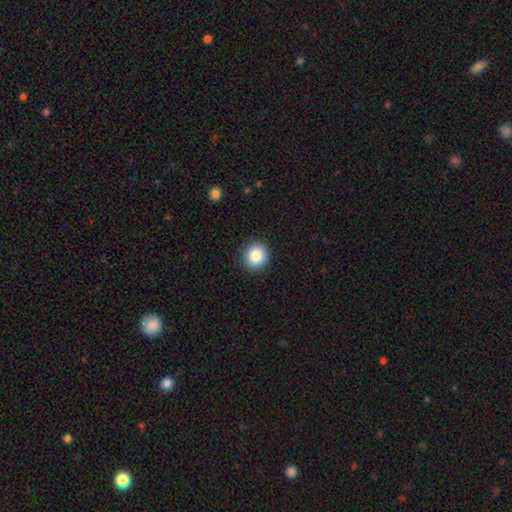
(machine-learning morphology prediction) smooth_or_featured: smooth (p=0.86) [alt: star or artifact p=0.09]
how_rounded: round (p=0.91) [alt: in between p=0.08]
merging: none (p=0.91) [alt: minor disturbance p=0.06]